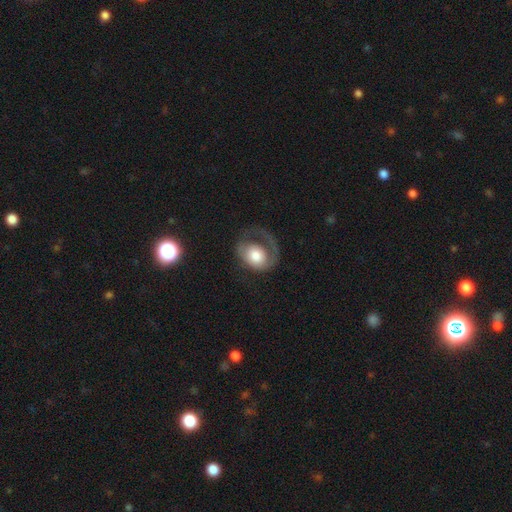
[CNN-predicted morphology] Smooth or featured?
  - featured or disk: 55% *
  - smooth: 39%
  - star or artifact: 6%
Edge-on disk?
  - no: 97% *
  - yes: 3%
Bar?
  - no: 80% *
  - weak: 16%
  - strong: 4%
Spiral arms?
  - yes: 75% *
  - no: 25%
Bulge size?
  - moderate: 43% *
  - large: 39%
  - small: 9%
  - dominant: 6%
  - none: 2%
Merging?
  - major disturbance: 47% *
  - none: 32%
  - minor disturbance: 19%
  - merger: 2%